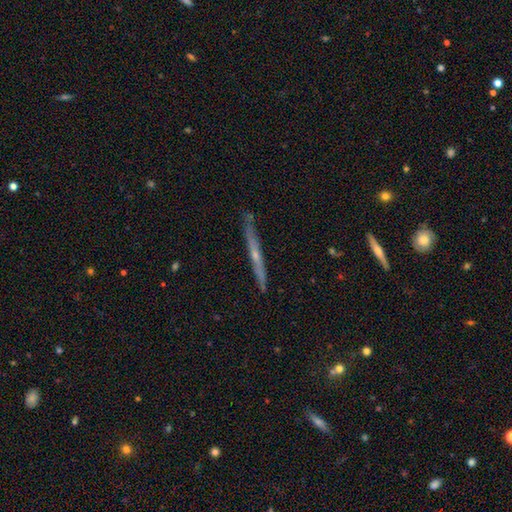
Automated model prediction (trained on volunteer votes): This appears to be a featured or disk galaxy (72%) viewed edge-on (96%) with a rounded central bulge (60%). Merging: none (83%).